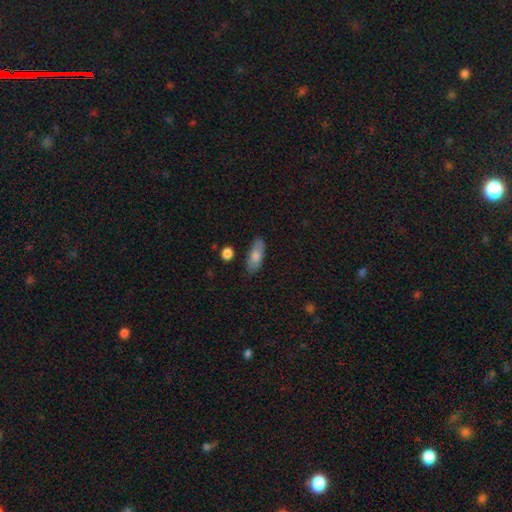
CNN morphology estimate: Overall: smooth (77%). How rounded: in between (80%). Merging: none (78%).